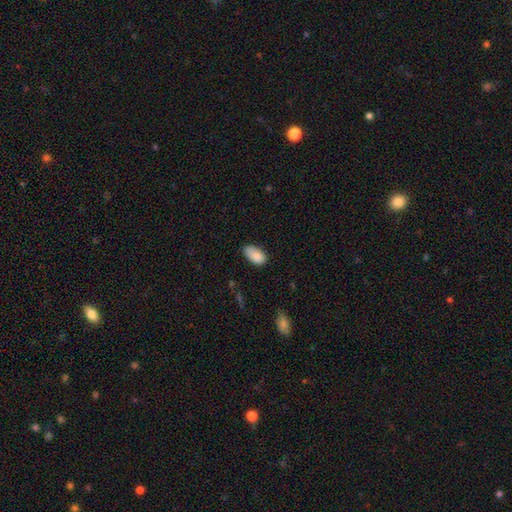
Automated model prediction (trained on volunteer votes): Smooth or featured: smooth — 88% (star or artifact — 7%)
How rounded: in between — 94% (round — 4%)
Merging: none — 65% (minor disturbance — 28%)